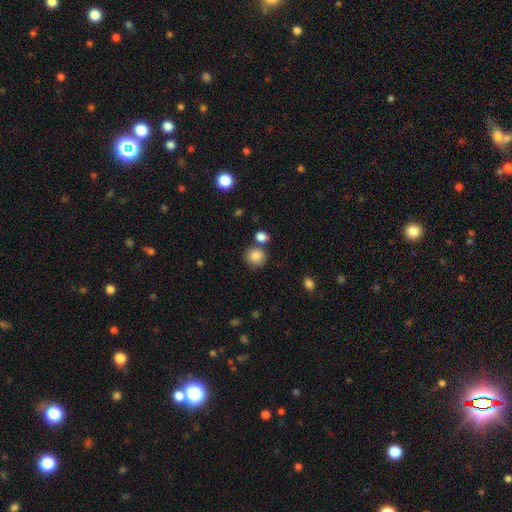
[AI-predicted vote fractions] smooth-or-featured: smooth: 85% | star or artifact: 9% | featured or disk: 6%
  how-rounded: round: 85% | in between: 14% | cigar-shaped: 1%
  merging: none: 69% | merger: 17% | minor disturbance: 11% | major disturbance: 3%